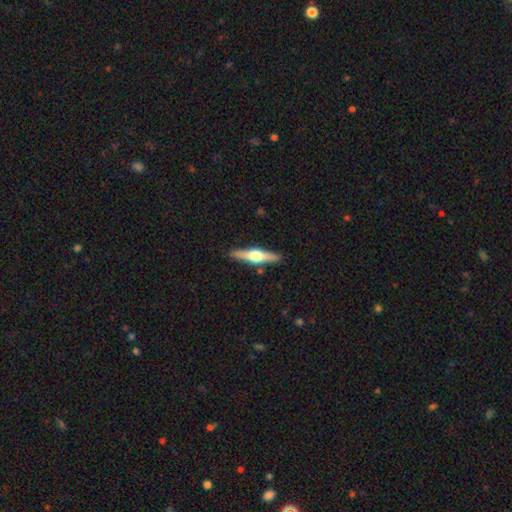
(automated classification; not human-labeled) A featured or disk galaxy (67%) viewed edge-on (97%) with a rounded central bulge (93%). Merging: none (90%).